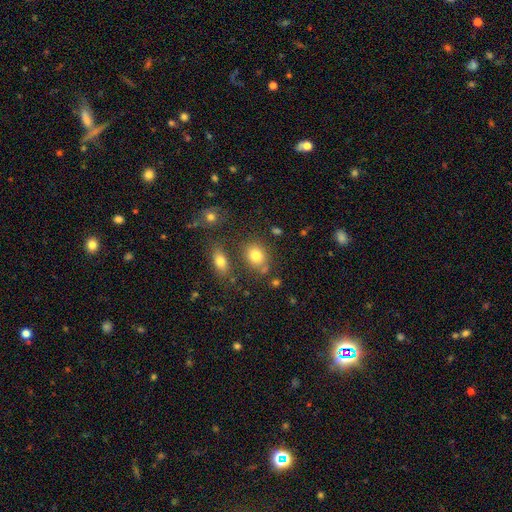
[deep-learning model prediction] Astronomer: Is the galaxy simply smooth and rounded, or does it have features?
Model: smooth — 79%.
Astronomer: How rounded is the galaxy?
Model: in between — 51% (runner-up: round, 48%).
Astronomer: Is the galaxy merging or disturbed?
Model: none — 68%.